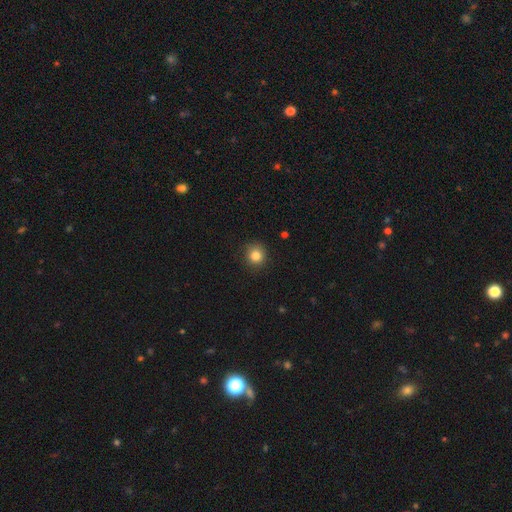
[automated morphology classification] Overall: smooth (83%). How rounded: round (92%). Merging: none (88%).